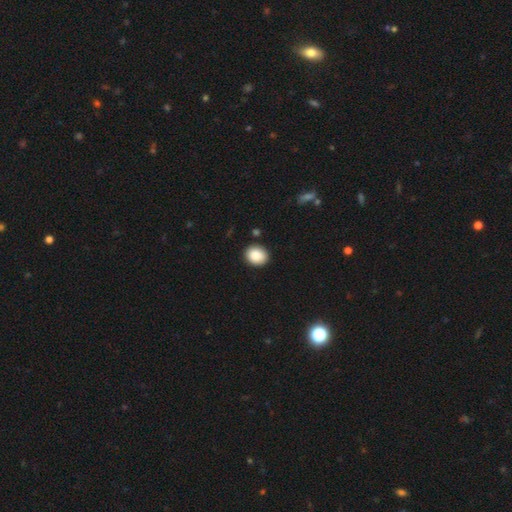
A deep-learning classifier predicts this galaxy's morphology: smooth 88%, star or artifact 8%, featured or disk 4%. Down the decision tree: how rounded — round (66%); merging — none (89%).